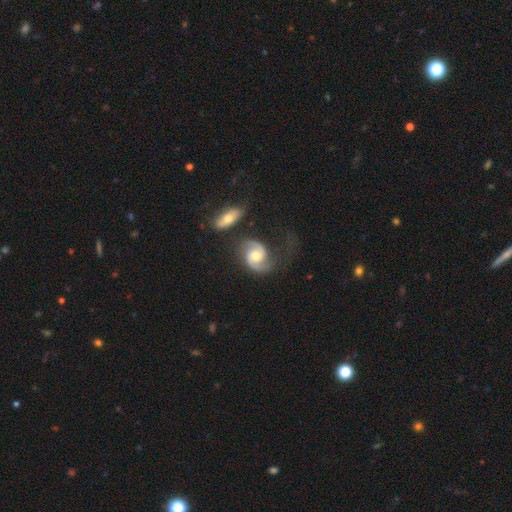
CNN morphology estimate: A featured or disk galaxy (88%) with no bar (57%), 2 (92%) medium (55%) spiral arms (97%) and a moderate central bulge (70%).

Vote fractions:
- Smooth or featured? featured or disk: 88% / smooth: 7% / star or artifact: 5%
- Edge-on disk? no: 98% / yes: 2%
- Bar? no: 57% / weak: 34% / strong: 8%
- Spiral arms? yes: 97% / no: 3%
- Spiral winding? medium: 55% / loose: 22% / tight: 22%
- Spiral arm count? 2: 92% / can't tell: 3% / 1: 2% / 3: 1% / 4: 1% / more than 4: 1%
- Bulge size? moderate: 70% / small: 20% / large: 7% / none: 2% / dominant: 1%
- Merging? none: 60% / minor disturbance: 19% / major disturbance: 11% / merger: 10%